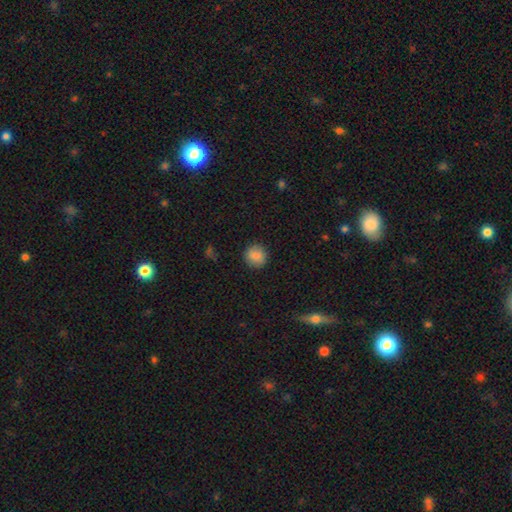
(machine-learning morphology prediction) type=smooth (85%); roundness=round (89%); merging=none (89%).